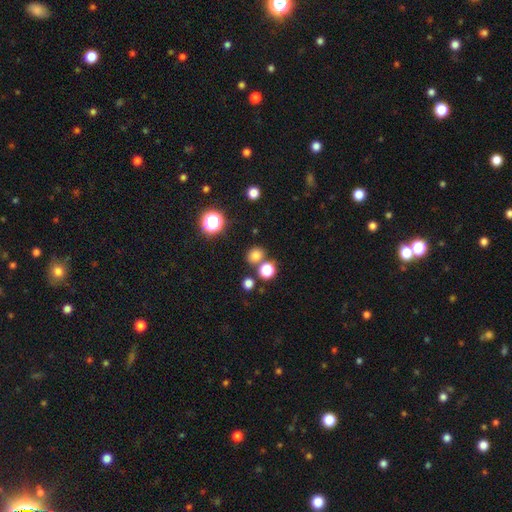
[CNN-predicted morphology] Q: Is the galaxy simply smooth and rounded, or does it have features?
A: smooth — 76%.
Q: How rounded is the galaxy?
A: round — 75%.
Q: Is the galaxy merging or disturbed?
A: none — 72%.